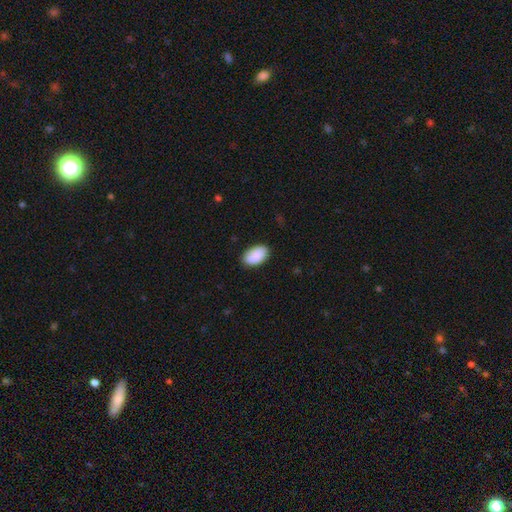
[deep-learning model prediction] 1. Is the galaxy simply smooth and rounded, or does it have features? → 89% smooth, 6% star or artifact, 5% featured or disk.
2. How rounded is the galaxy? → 93% in between, 5% round, 1% cigar-shaped.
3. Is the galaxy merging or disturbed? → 84% none, 12% minor disturbance, 2% major disturbance, 1% merger.